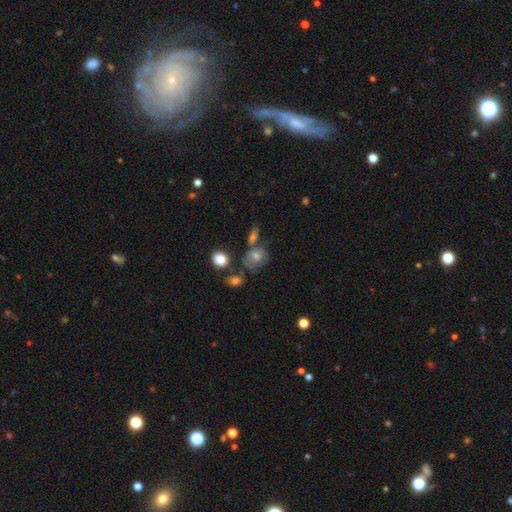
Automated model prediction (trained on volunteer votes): This appears to be a smooth galaxy with no disk features (51%) that is round (56%). Merging: none (51%).